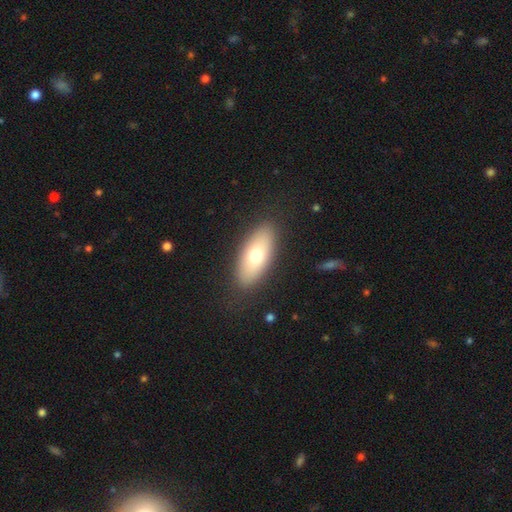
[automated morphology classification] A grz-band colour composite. It shows a smooth galaxy with no disk features (70%) that is in between round and cigar-shaped (84%). Merging: none (86%).